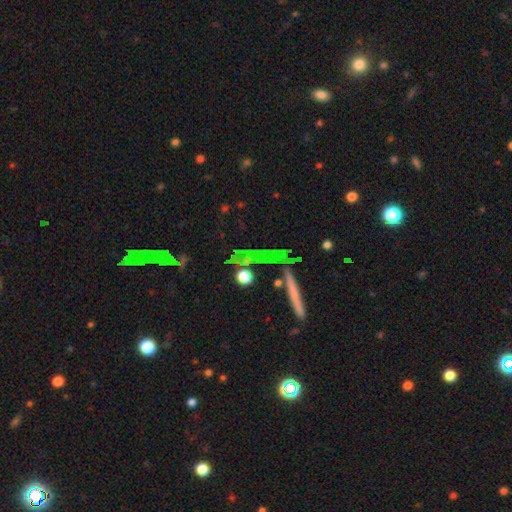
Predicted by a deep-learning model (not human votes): Morphology: type=star or artifact (36%).